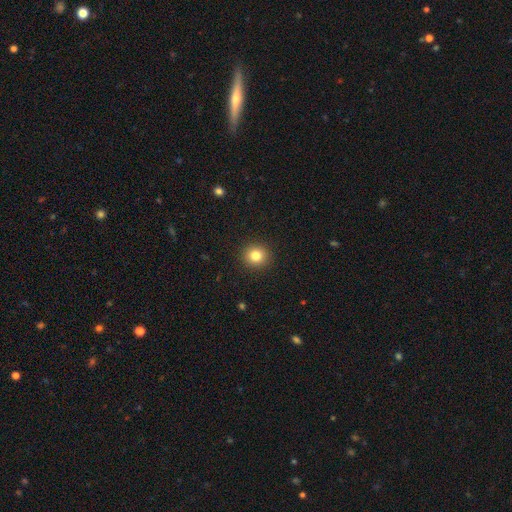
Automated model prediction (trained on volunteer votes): The model was most divided on "smooth or featured": smooth: 83%, star or artifact: 11%, featured or disk: 6%. More confident: merging — none (92%); how rounded — round (92%).